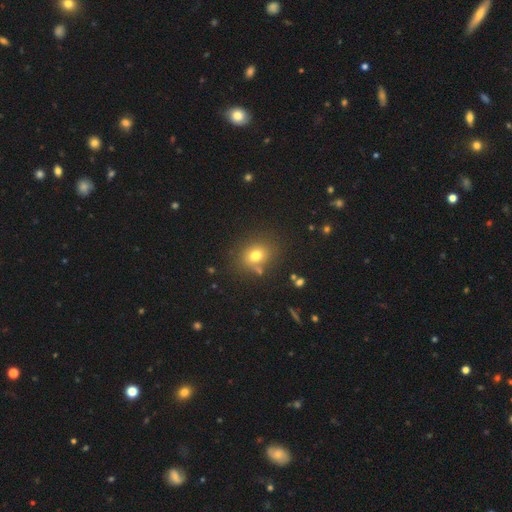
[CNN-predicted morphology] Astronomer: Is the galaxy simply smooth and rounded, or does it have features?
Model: smooth — 75%.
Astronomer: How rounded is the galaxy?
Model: round — 59% (runner-up: in between, 40%).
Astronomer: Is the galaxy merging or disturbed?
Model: none — 76%.